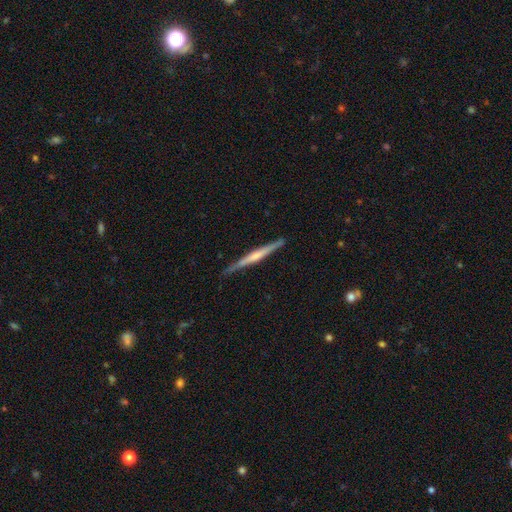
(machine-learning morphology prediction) Q: Smooth or featured?
A: featured or disk (64%); runner-up: smooth (31%)
Q: Edge-on disk?
A: yes (98%); runner-up: no (2%)
Q: Edge-on bulge?
A: rounded (39%); tied with: none (39%)
Q: Merging?
A: none (85%); runner-up: minor disturbance (11%)